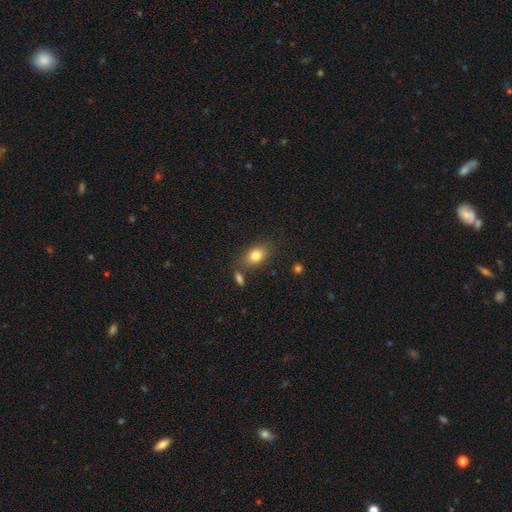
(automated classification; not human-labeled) This is clearly a smooth galaxy (81%). How rounded: clearly in between (81%). Merging: likely none (75%).